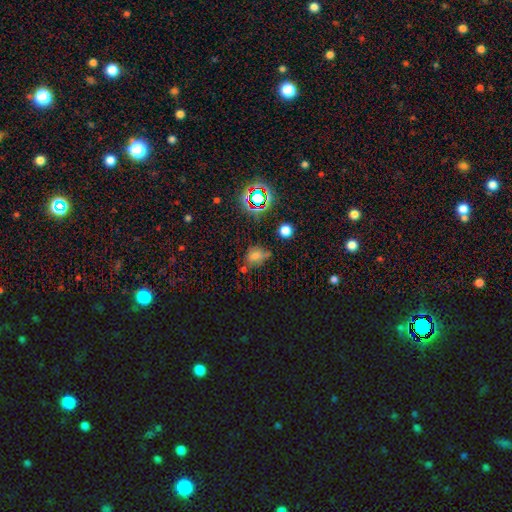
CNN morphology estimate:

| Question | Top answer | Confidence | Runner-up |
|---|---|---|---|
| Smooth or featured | smooth | 57% | star or artifact (29%) |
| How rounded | in between | 57% | round (41%) |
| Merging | none | 54% | minor disturbance (24%) |